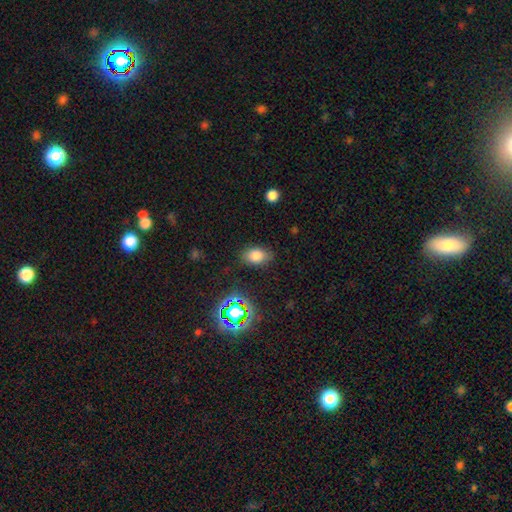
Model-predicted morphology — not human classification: A smooth galaxy with no disk features (78%) that is in between round and cigar-shaped (85%).

Vote fractions:
- Smooth or featured? smooth: 78% / star or artifact: 15% / featured or disk: 7%
- How rounded? in between: 85% / round: 13% / cigar-shaped: 2%
- Merging? none: 80% / minor disturbance: 14% / major disturbance: 4% / merger: 2%